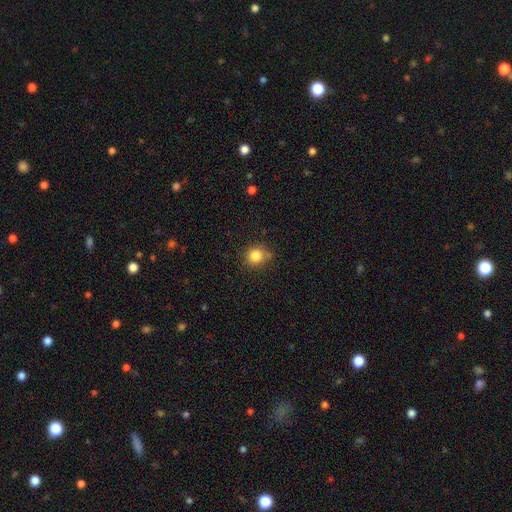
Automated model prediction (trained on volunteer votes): smooth 83%, star or artifact 11%, featured or disk 6%. Down the decision tree: how rounded — round (83%); merging — none (78%).